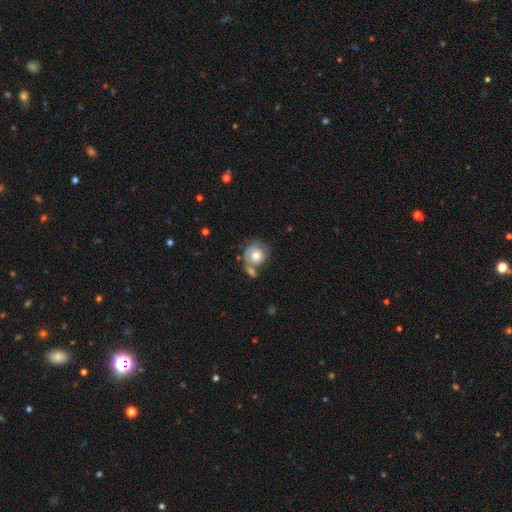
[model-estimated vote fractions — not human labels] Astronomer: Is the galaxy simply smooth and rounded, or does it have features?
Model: smooth — 61%.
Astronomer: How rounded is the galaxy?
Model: round — 79%.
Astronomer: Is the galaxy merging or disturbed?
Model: none — 40% (runner-up: merger, 30%).